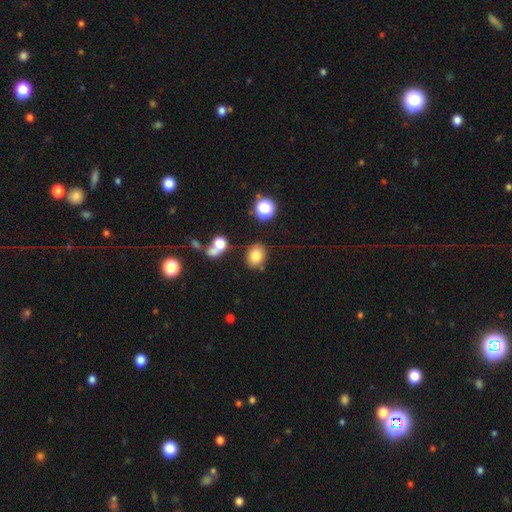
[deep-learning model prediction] Morphology: type=smooth (79%); roundness=round (51%); merging=none (74%).